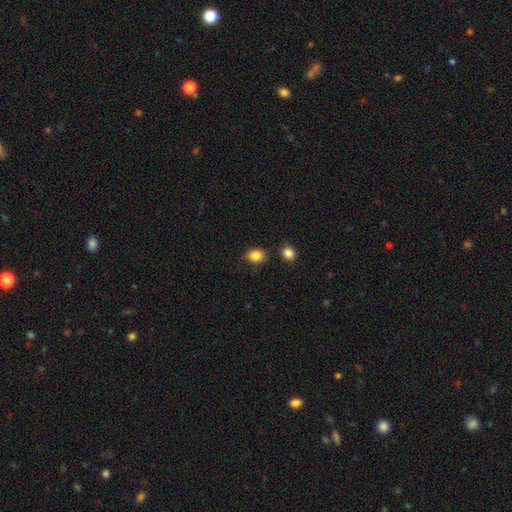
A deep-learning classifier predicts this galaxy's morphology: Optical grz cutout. It shows a smooth galaxy with no disk features (86%) that is in between round and cigar-shaped (57%). Merging: none (80%).